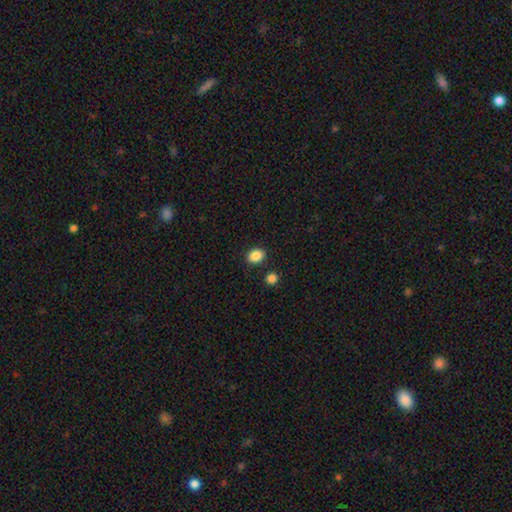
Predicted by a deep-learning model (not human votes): The model was most divided on "how rounded": in between: 54%, round: 45%, cigar-shaped: 1%. More confident: smooth or featured — smooth (87%); merging — none (85%).